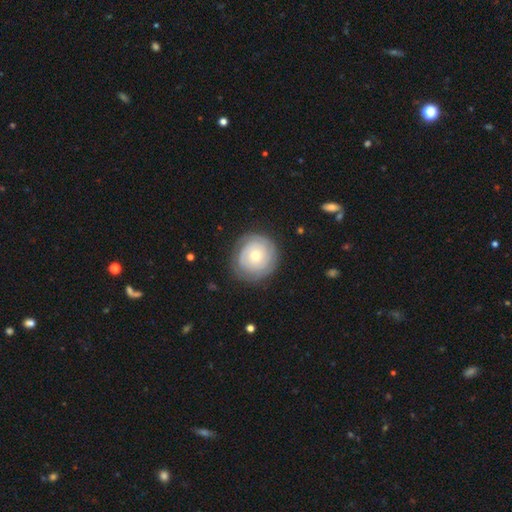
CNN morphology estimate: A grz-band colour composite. It shows a featured or disk galaxy (64%) with no bar (87%), spiral arms (80%) and a moderate central bulge (55%). Merging: none (81%).